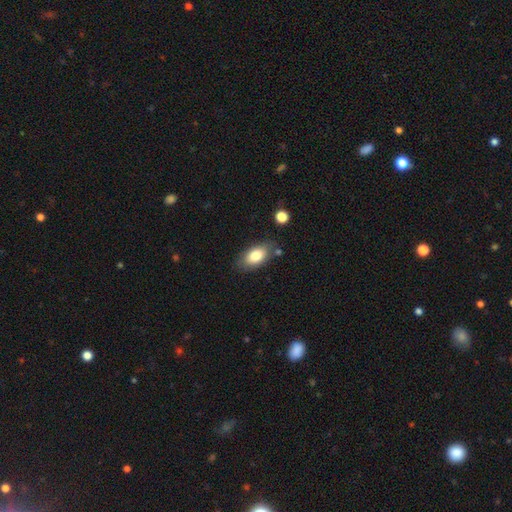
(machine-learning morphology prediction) A smooth galaxy with no disk features (79%) that is in between round and cigar-shaped (91%). Merging: none (75%).